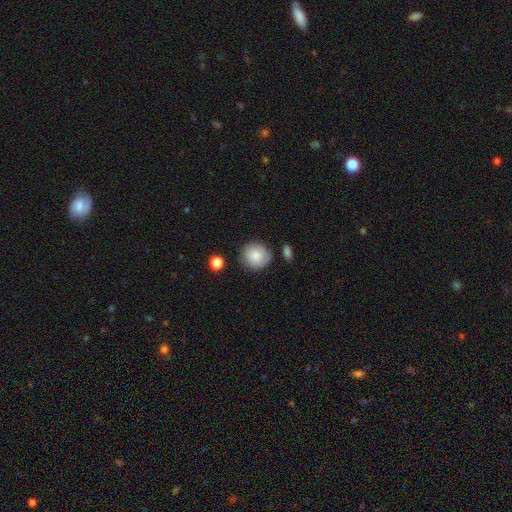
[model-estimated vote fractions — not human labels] smooth-or-featured: smooth: 84% | featured or disk: 9% | star or artifact: 7%
  how-rounded: round: 91% | in between: 8% | cigar-shaped: 1%
  merging: none: 80% | minor disturbance: 13% | merger: 4% | major disturbance: 3%